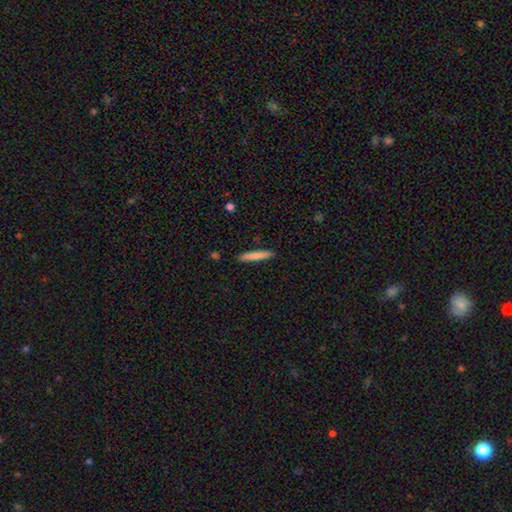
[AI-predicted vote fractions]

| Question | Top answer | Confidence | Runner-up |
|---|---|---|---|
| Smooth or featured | smooth | 80% | featured or disk (15%) |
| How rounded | cigar-shaped | 93% | in between (6%) |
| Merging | none | 90% | minor disturbance (7%) |